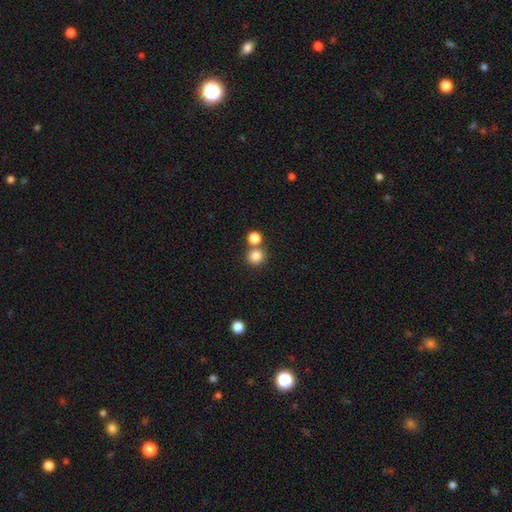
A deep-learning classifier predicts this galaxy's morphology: smooth-or-featured: smooth: 83% | star or artifact: 12% | featured or disk: 5%
  how-rounded: round: 89% | in between: 10% | cigar-shaped: 1%
  merging: none: 66% | merger: 25% | minor disturbance: 7% | major disturbance: 3%